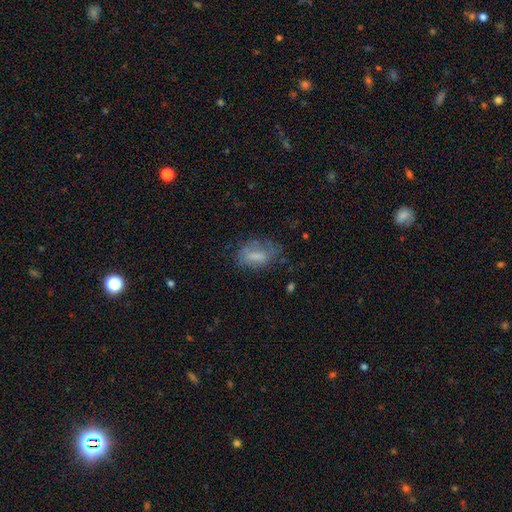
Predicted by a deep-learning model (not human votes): Q: Smooth or featured?
A: smooth (65%); runner-up: featured or disk (25%)
Q: How rounded?
A: in between (86%); runner-up: cigar-shaped (7%)
Q: Merging?
A: none (50%); runner-up: minor disturbance (28%)